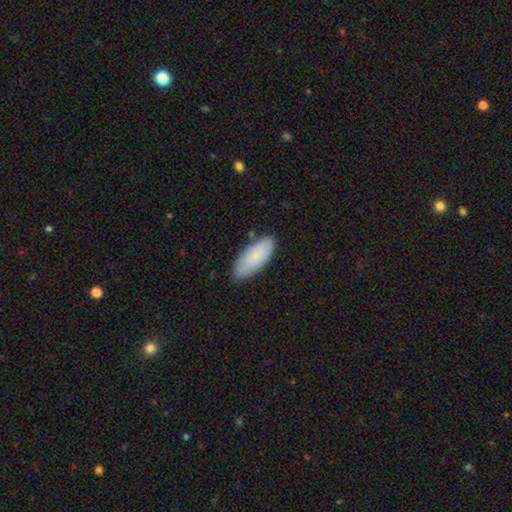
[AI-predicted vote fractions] A smooth galaxy with no disk features (82%) that is in between round and cigar-shaped (81%). Merging: none (82%).